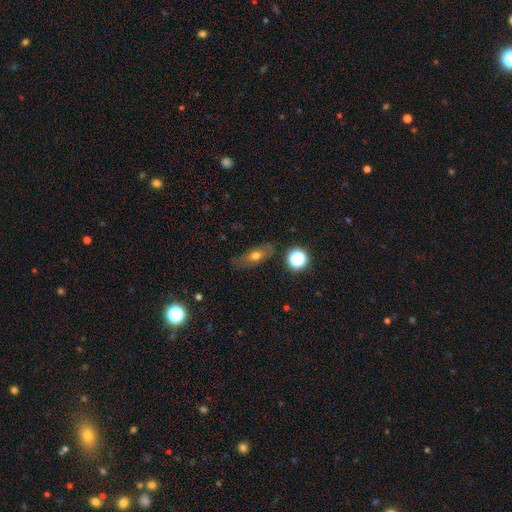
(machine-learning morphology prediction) smooth-or-featured: smooth: 62% | featured or disk: 26% | star or artifact: 12%
  how-rounded: in between: 68% | cigar-shaped: 17% | round: 15%
  merging: none: 71% | minor disturbance: 20% | major disturbance: 6% | merger: 3%